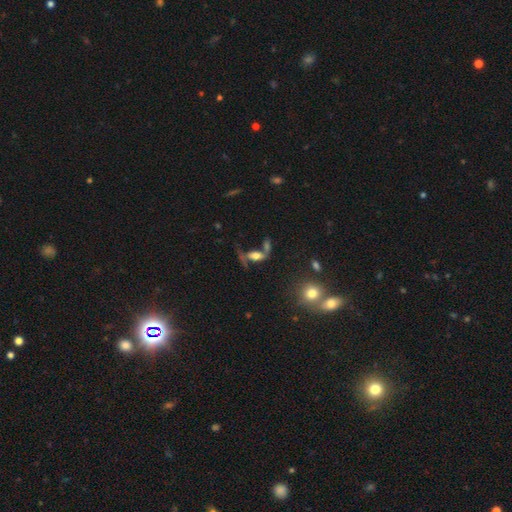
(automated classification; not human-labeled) smooth_or_featured: featured or disk (p=0.45) [alt: smooth p=0.40]
merging: merger (p=0.33) [alt: none p=0.30]